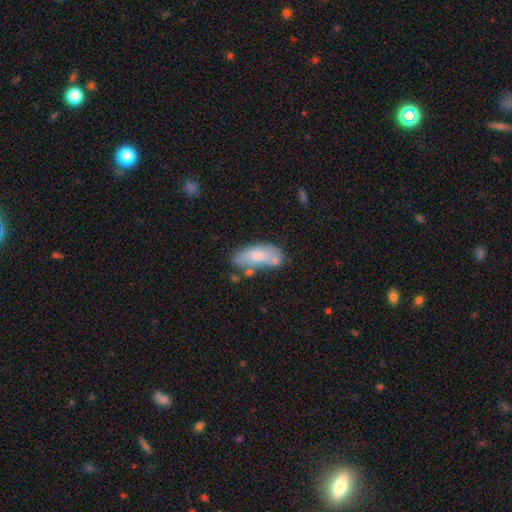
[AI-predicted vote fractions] Overall: smooth (66%; featured or disk 27%). How rounded: in between (80%). Merging: none (47%; minor disturbance 26%).